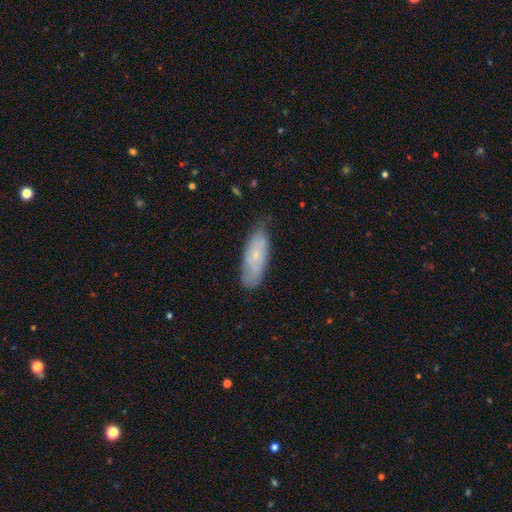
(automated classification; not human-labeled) Smooth or featured? Predicted: smooth (p=0.52). How rounded? Predicted: in between (p=0.68). Merging? Predicted: none (p=0.68).